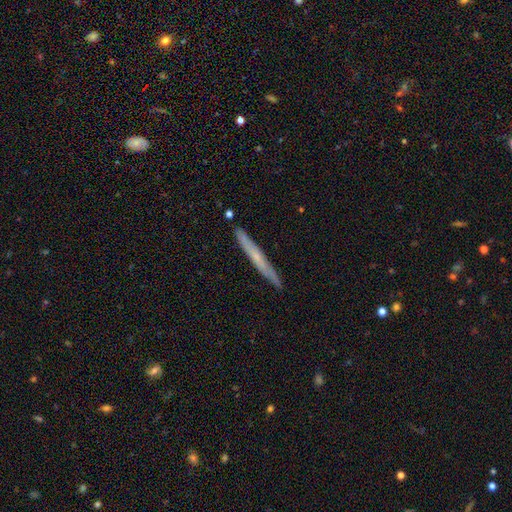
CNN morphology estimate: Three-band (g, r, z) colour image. It shows a featured or disk galaxy (50%) viewed edge-on (95%). Merging: none (90%).